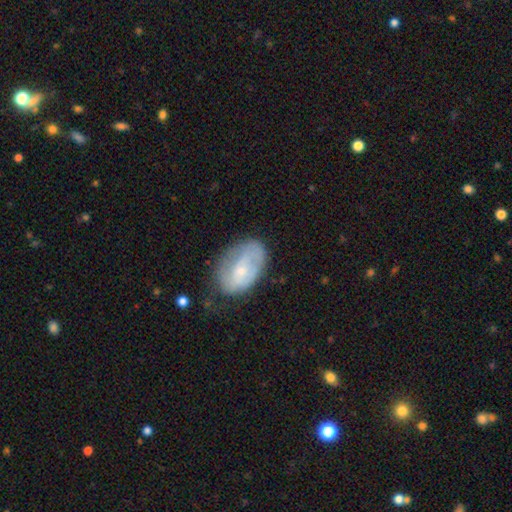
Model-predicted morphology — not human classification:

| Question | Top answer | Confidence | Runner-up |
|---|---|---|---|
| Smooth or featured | featured or disk | 50% | smooth (39%) |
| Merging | none | 63% | minor disturbance (26%) |